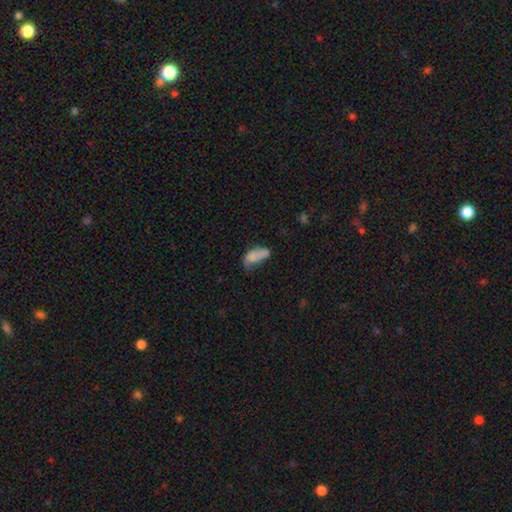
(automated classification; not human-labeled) Smooth or featured: smooth — 72% (featured or disk — 19%)
How rounded: in between — 85% (cigar-shaped — 12%)
Merging: minor disturbance — 33% (none — 31%)